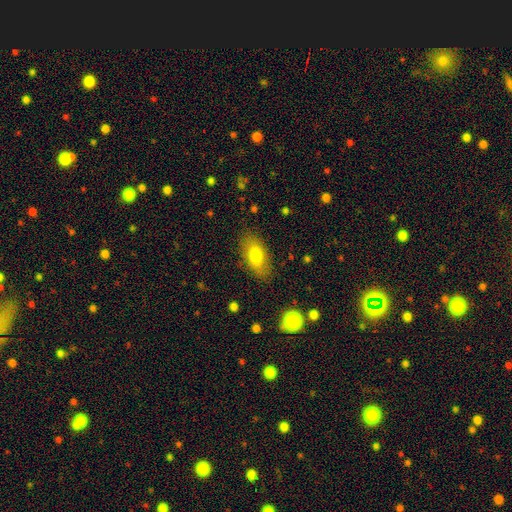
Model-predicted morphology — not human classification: The model was most divided on "smooth or featured": smooth: 76%, featured or disk: 17%, star or artifact: 7%. More confident: how rounded — in between (89%); merging — none (83%).